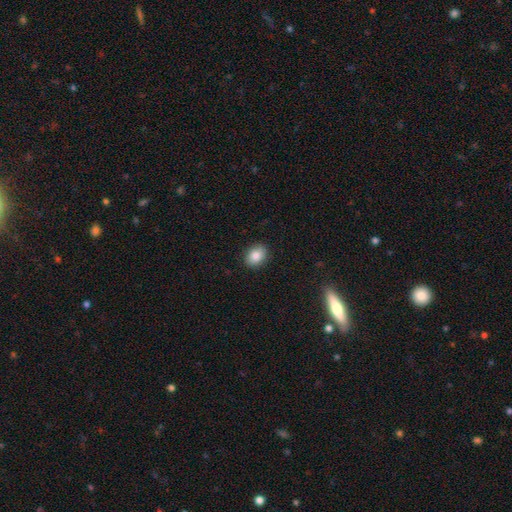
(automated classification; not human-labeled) Smooth or featured: smooth — 85% (star or artifact — 9%)
How rounded: in between — 60% (round — 39%)
Merging: none — 90% (minor disturbance — 7%)